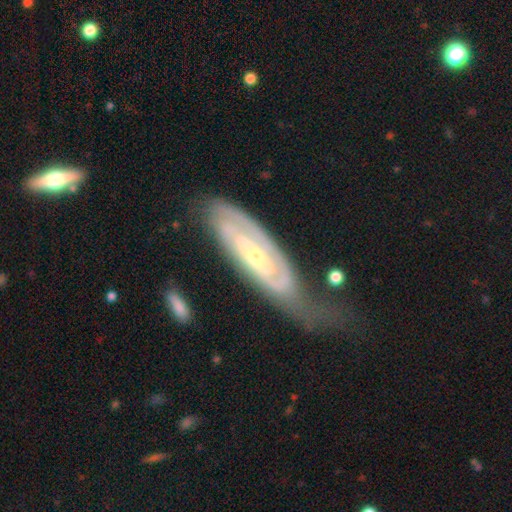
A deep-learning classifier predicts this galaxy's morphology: Overall: featured or disk (84%). Edge-on disk: no (89%). Bar: weak (38%; strong 32%). Spiral arms: yes (91%). Spiral arm count: 2 (51%; can't tell 28%). Spiral winding: tight (62%; medium 29%). Bulge size: small (58%; moderate 38%). Merging: none (41%; minor disturbance 30%).